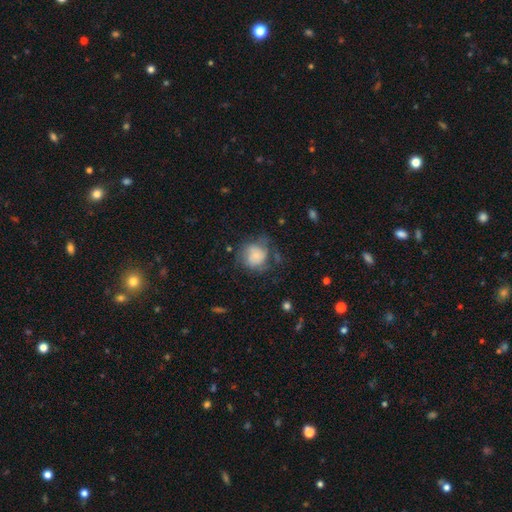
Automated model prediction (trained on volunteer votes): Smooth or featured?
  - smooth: 58% *
  - featured or disk: 33%
  - star or artifact: 9%
How rounded?
  - round: 78% *
  - in between: 21%
  - cigar-shaped: 1%
Merging?
  - none: 46% *
  - minor disturbance: 27%
  - major disturbance: 24%
  - merger: 3%